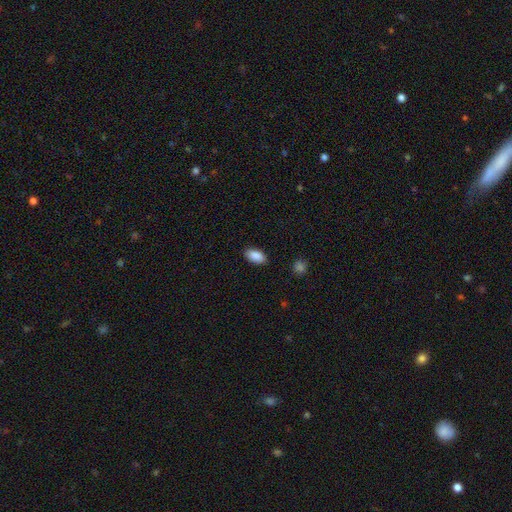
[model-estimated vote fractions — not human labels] Smooth or featured?
  - smooth: 89% *
  - star or artifact: 7%
  - featured or disk: 4%
How rounded?
  - in between: 93% *
  - cigar-shaped: 4%
  - round: 3%
Merging?
  - none: 87% *
  - minor disturbance: 9%
  - major disturbance: 2%
  - merger: 1%